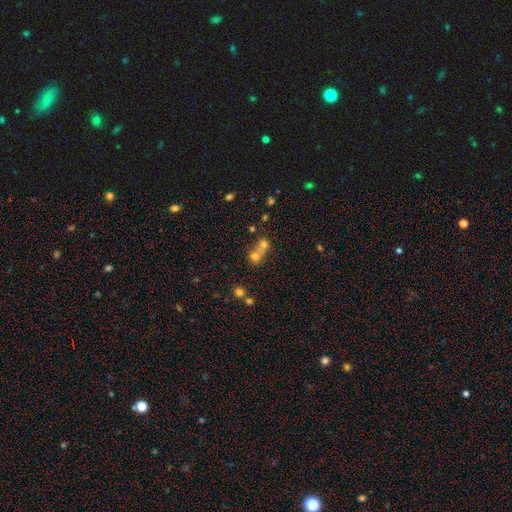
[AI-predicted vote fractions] Morphology: type=smooth (63%); roundness=round (78%); merging=merger (60%).